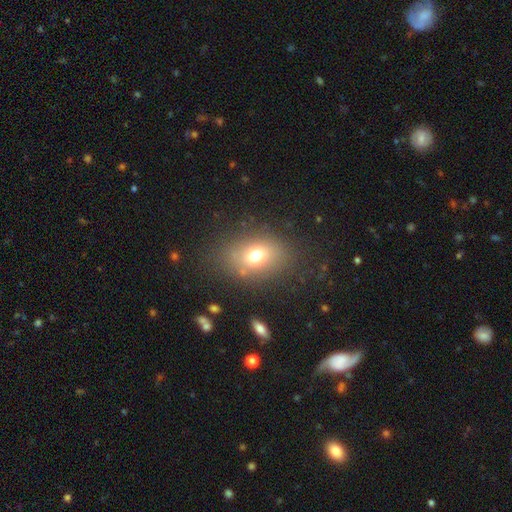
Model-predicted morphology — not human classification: smooth_or_featured: smooth (p=0.70) [alt: featured or disk p=0.16]
how_rounded: in between (p=0.66) [alt: round p=0.32]
merging: none (p=0.77) [alt: minor disturbance p=0.13]